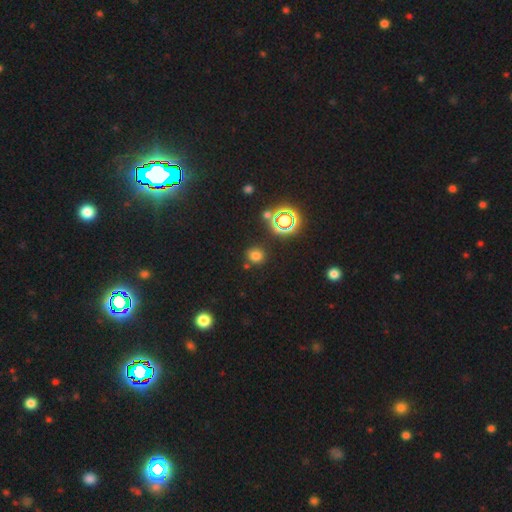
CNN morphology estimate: type=smooth (68%); roundness=round (86%); merging=none (83%).